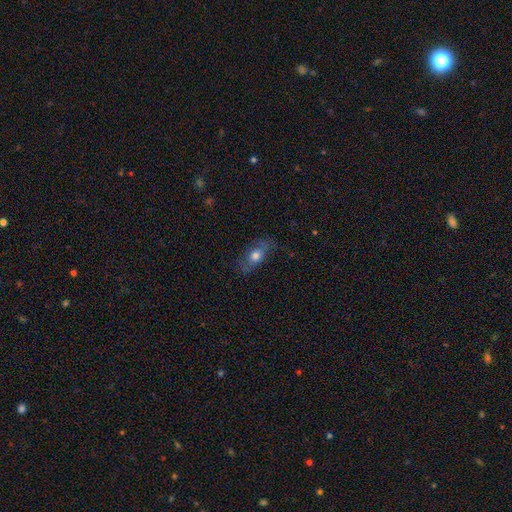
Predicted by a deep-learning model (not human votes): Overall: smooth (66%; featured or disk 26%). How rounded: in between (77%). Merging: none (69%).